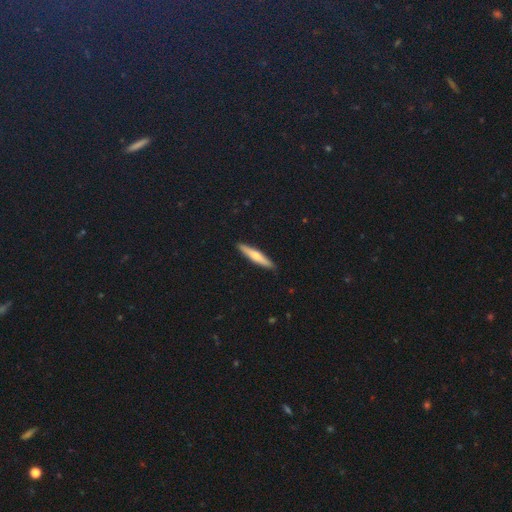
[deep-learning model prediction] This appears to be a smooth galaxy with no disk features (53%) that is cigar-shaped (90%). Merging: none (91%).